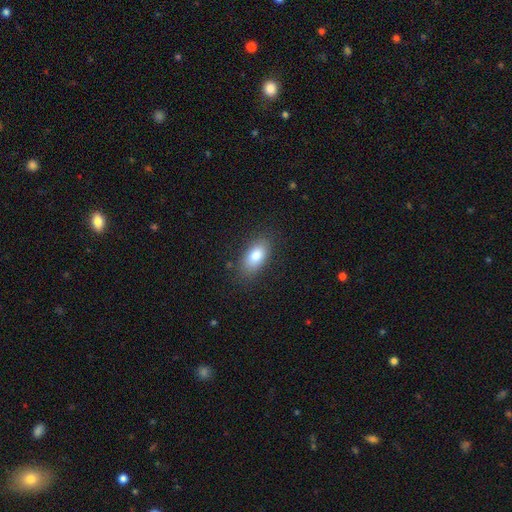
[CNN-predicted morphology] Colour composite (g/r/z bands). It shows a smooth galaxy with no disk features (83%) that is in between round and cigar-shaped (90%). Merging: none (82%).